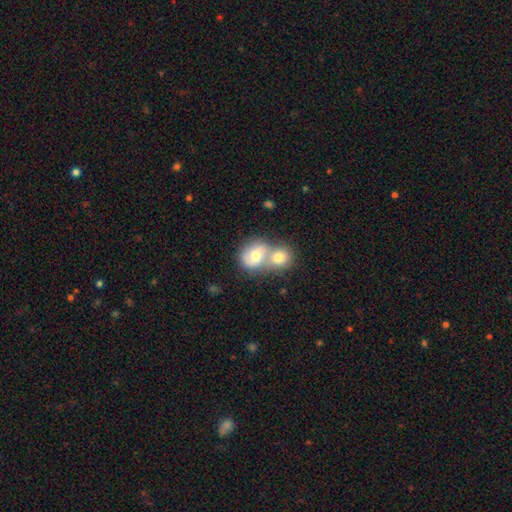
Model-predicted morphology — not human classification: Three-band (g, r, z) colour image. It shows a smooth galaxy with no disk features (63%) that is round (68%). Merging: merger (67%).